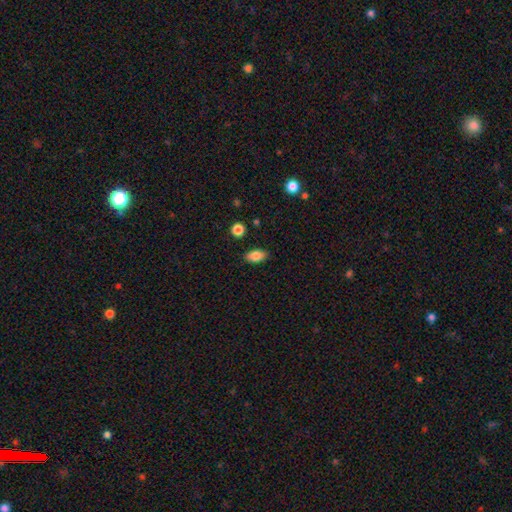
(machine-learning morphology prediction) The model was most divided on "smooth or featured": smooth: 85%, star or artifact: 8%, featured or disk: 7%. More confident: how rounded — in between (89%); merging — none (87%).